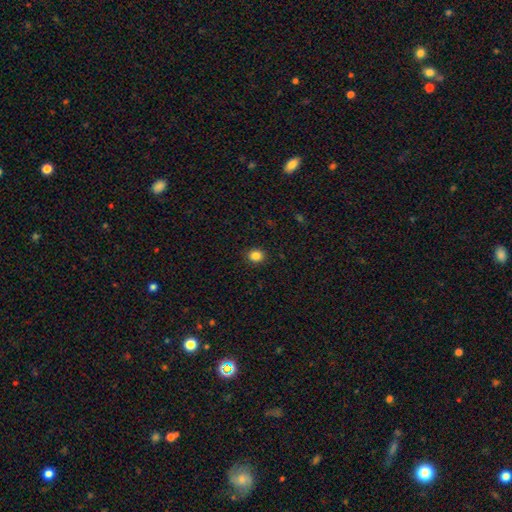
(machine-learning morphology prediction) Smooth or featured? Predicted: smooth (p=0.85). How rounded? Predicted: round (p=0.75). Merging? Predicted: none (p=0.91).